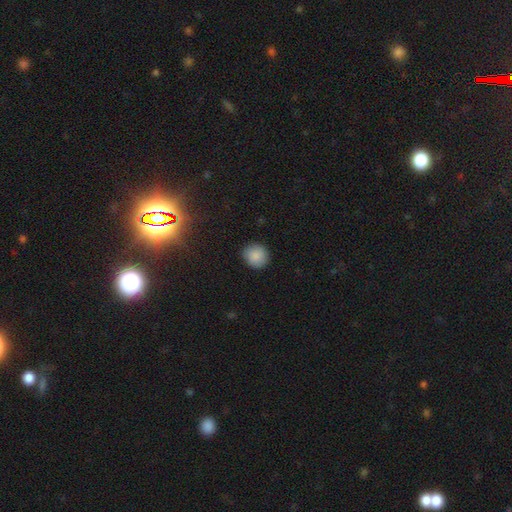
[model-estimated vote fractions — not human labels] Smooth or featured? smooth (88%)
How rounded? round (89%)
Merging? none (89%)